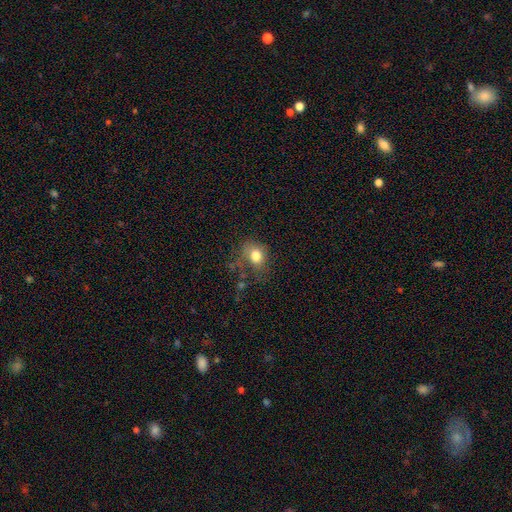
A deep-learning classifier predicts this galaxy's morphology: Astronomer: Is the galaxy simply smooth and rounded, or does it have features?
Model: smooth — 78%.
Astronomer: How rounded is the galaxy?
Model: in between — 51% (runner-up: round, 47%).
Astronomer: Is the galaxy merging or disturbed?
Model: none — 51% (runner-up: minor disturbance, 27%).